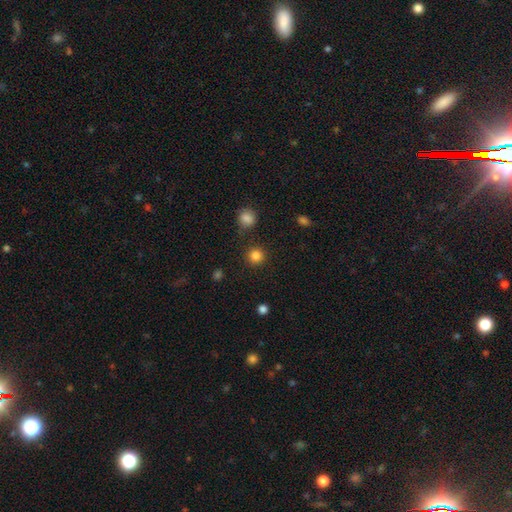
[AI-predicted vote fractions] Overall: smooth (84%). How rounded: round (94%). Merging: none (88%).